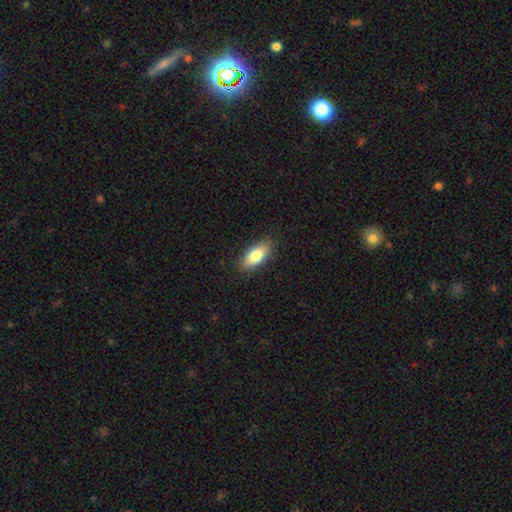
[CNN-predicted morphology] The model was most divided on "smooth or featured": smooth: 81%, featured or disk: 13%, star or artifact: 7%. More confident: merging — none (87%); how rounded — in between (85%).